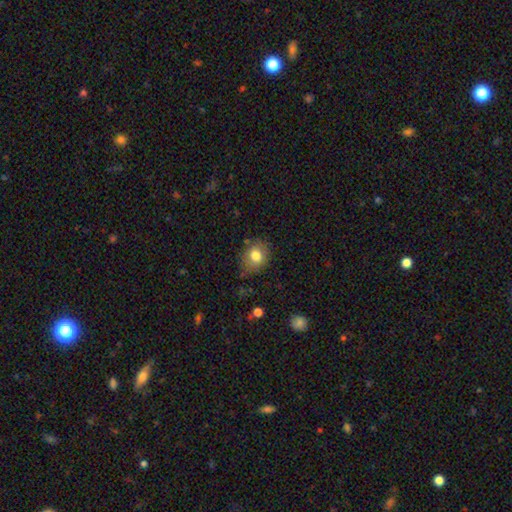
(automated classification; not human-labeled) Q: Smooth or featured?
A: smooth (80%); runner-up: featured or disk (11%)
Q: How rounded?
A: round (57%); runner-up: in between (43%)
Q: Merging?
A: none (74%); runner-up: minor disturbance (19%)